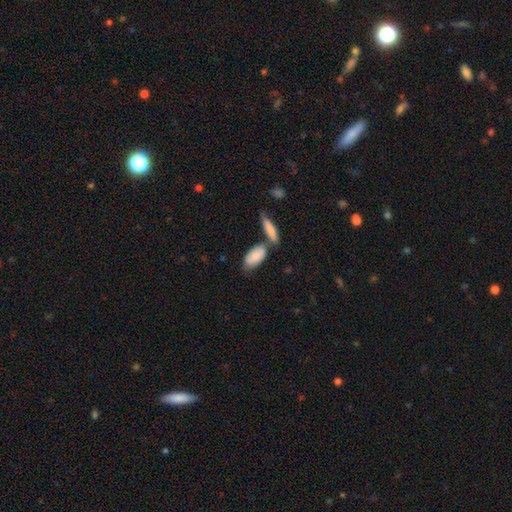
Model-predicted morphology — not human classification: This is clearly a smooth galaxy (81%). How rounded: clearly in between (88%). Merging: possibly none (46%).